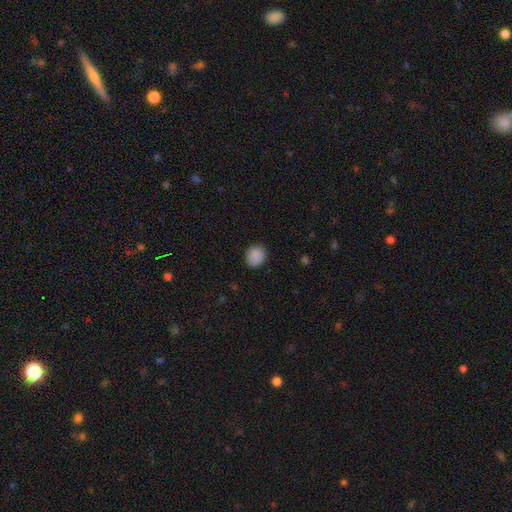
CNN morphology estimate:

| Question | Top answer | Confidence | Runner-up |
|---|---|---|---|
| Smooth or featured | smooth | 88% | star or artifact (9%) |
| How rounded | round | 70% | in between (29%) |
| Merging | none | 85% | minor disturbance (11%) |